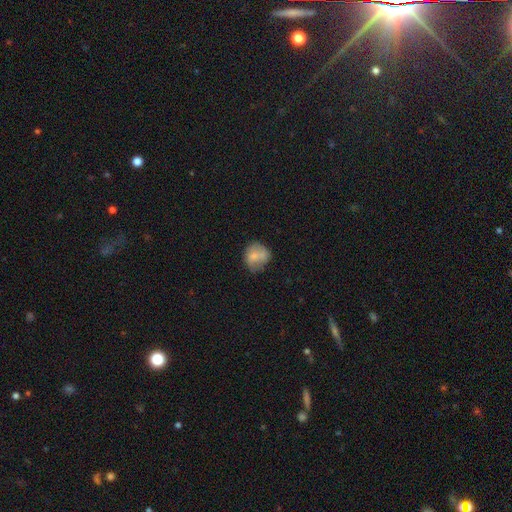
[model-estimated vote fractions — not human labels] Overall: smooth (68%). How rounded: round (73%). Merging: none (52%; minor disturbance 28%).